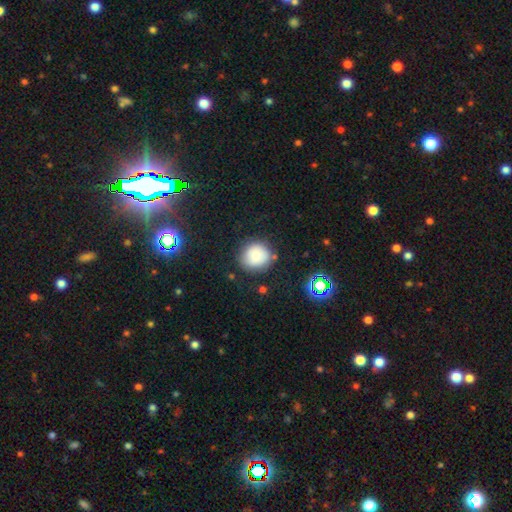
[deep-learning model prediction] This is likely a smooth galaxy (73%). How rounded: clearly round (87%). Merging: likely none (79%).